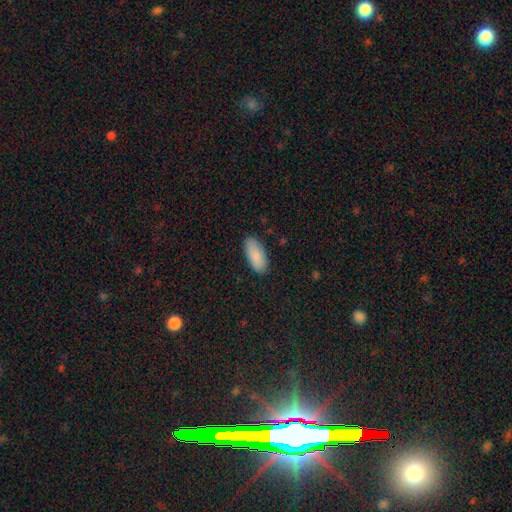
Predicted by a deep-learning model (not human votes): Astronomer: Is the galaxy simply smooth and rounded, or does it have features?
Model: smooth — 88%.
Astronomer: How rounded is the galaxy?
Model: in between — 89%.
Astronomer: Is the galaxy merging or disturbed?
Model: none — 88%.